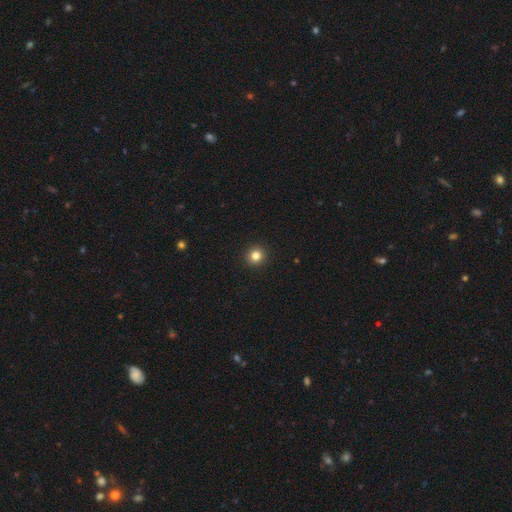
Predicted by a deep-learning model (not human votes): Q: Smooth or featured?
A: smooth (82%); runner-up: star or artifact (12%)
Q: How rounded?
A: round (95%); runner-up: in between (4%)
Q: Merging?
A: none (94%); runner-up: minor disturbance (4%)